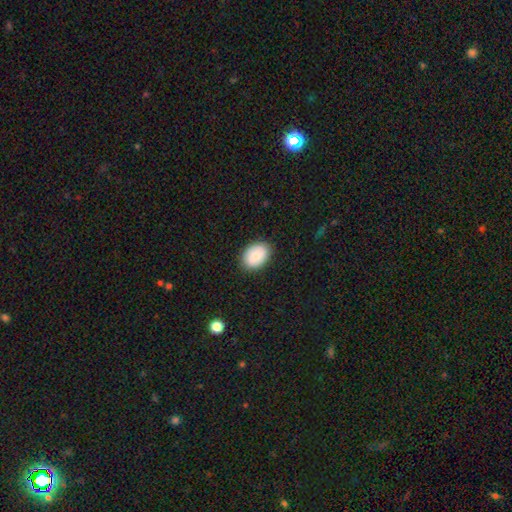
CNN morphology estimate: This is clearly a smooth galaxy (86%). How rounded: likely in between (80%). Merging: clearly none (87%).